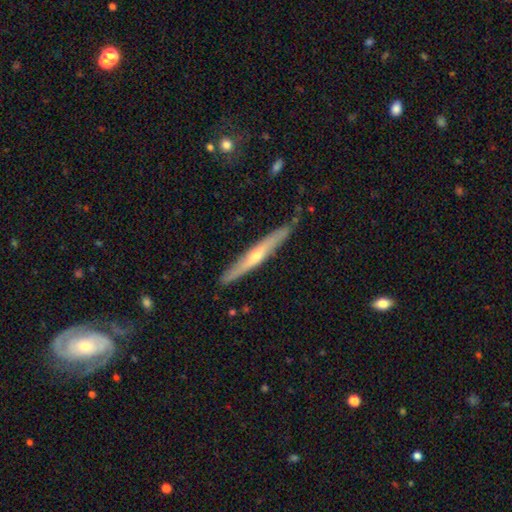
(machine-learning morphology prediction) Smooth or featured?
  - featured or disk: 66% *
  - smooth: 28%
  - star or artifact: 6%
Edge-on disk?
  - yes: 93% *
  - no: 7%
Edge-on bulge?
  - rounded: 77% *
  - none: 21%
  - boxy: 2%
Merging?
  - none: 81% *
  - minor disturbance: 15%
  - major disturbance: 2%
  - merger: 2%